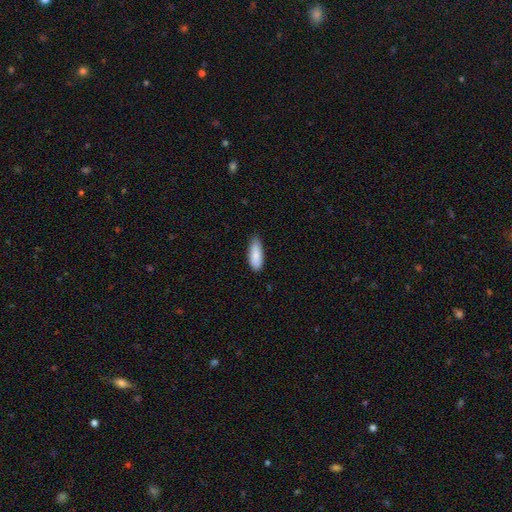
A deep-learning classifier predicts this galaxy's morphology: Q: Smooth or featured?
A: smooth (86%); runner-up: featured or disk (8%)
Q: How rounded?
A: in between (71%); runner-up: cigar-shaped (28%)
Q: Merging?
A: none (77%); runner-up: minor disturbance (19%)